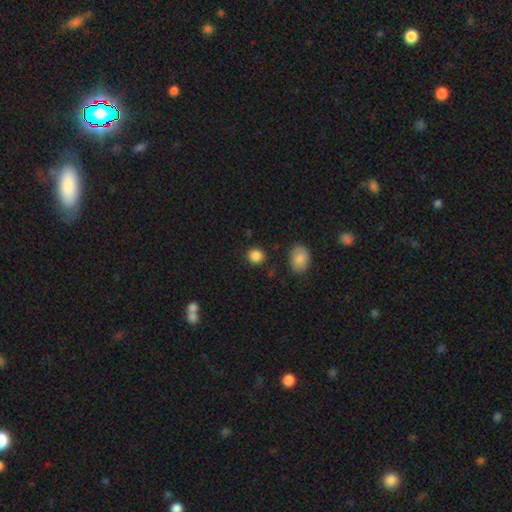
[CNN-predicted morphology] A smooth galaxy with no disk features (86%) that is round (87%). Merging: none (88%).